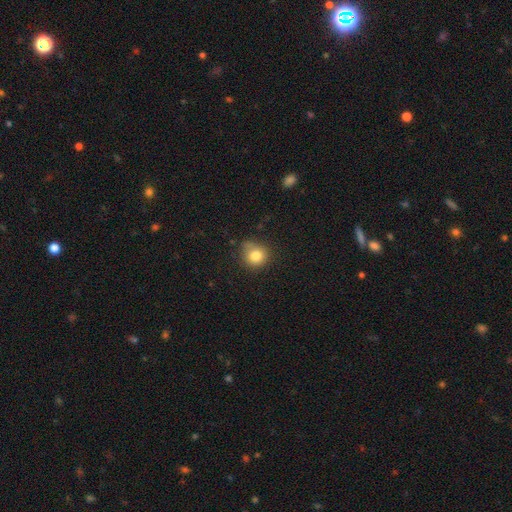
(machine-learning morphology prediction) This appears to be a smooth galaxy with no disk features (81%) that is round (85%). Merging: none (67%).